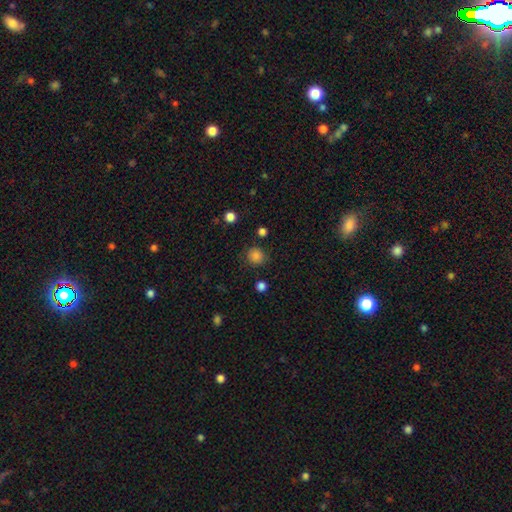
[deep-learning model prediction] Smooth or featured: smooth — 84% (star or artifact — 11%)
How rounded: round — 90% (in between — 9%)
Merging: none — 85% (minor disturbance — 10%)